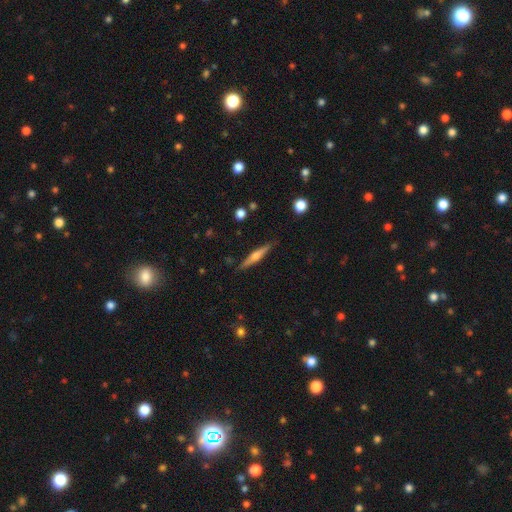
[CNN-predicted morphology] smooth-or-featured: featured or disk: 57% | smooth: 37% | star or artifact: 6%
  disk-edge-on: yes: 96% | no: 4%
    edge-on-bulge: rounded: 84% | none: 9% | boxy: 7%
  merging: none: 87% | minor disturbance: 10% | major disturbance: 2% | merger: 2%